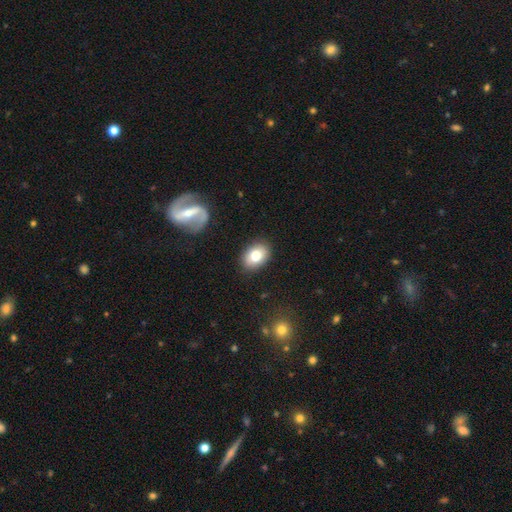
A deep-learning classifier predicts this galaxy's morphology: This appears to be a smooth galaxy with no disk features (77%) that is in between round and cigar-shaped (80%). Merging: none (87%).